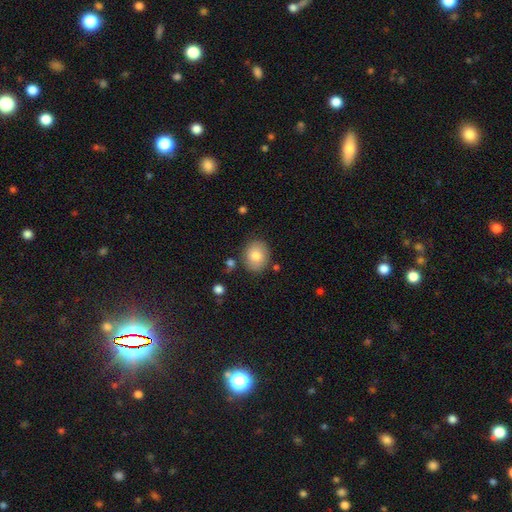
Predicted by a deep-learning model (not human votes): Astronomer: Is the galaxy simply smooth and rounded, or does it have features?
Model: smooth — 81%.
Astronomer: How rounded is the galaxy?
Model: round — 52% (runner-up: in between, 47%).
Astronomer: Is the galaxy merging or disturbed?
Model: none — 82%.